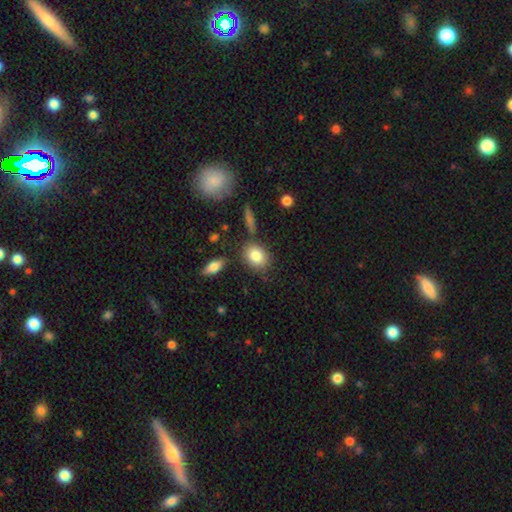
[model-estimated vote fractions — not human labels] This appears to be a smooth galaxy with no disk features (83%) that is in between round and cigar-shaped (59%). Merging: none (75%).